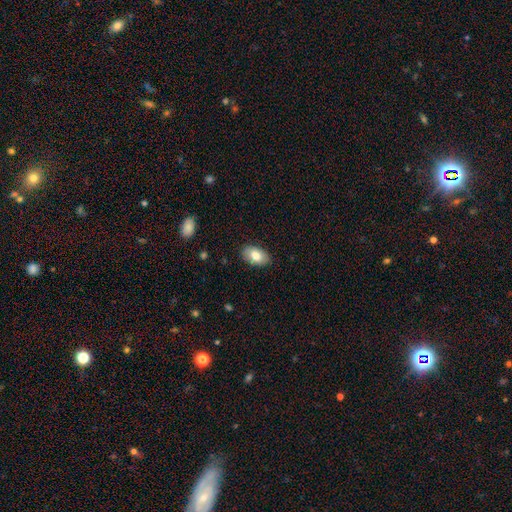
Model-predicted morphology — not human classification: Overall: smooth (79%). How rounded: in between (92%). Merging: none (86%).